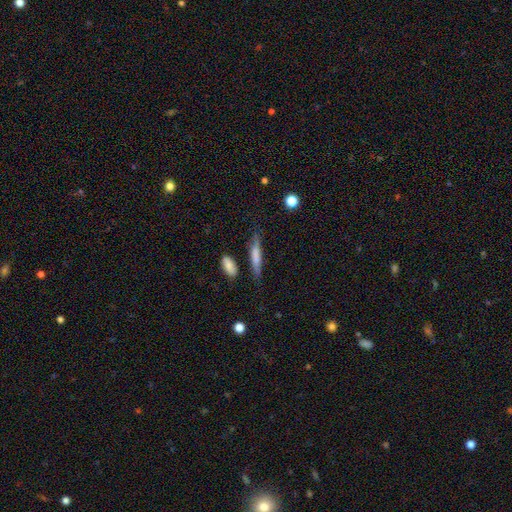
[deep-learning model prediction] Smooth or featured: smooth — 67% (featured or disk — 27%)
How rounded: cigar-shaped — 86% (in between — 12%)
Merging: none — 73% (minor disturbance — 18%)